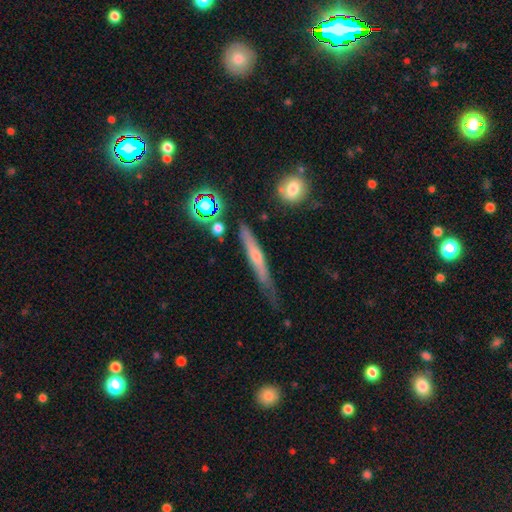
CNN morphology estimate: Smooth or featured? Predicted: featured or disk (p=0.53). Edge-on disk? Predicted: yes (p=0.91). Merging? Predicted: none (p=0.67).